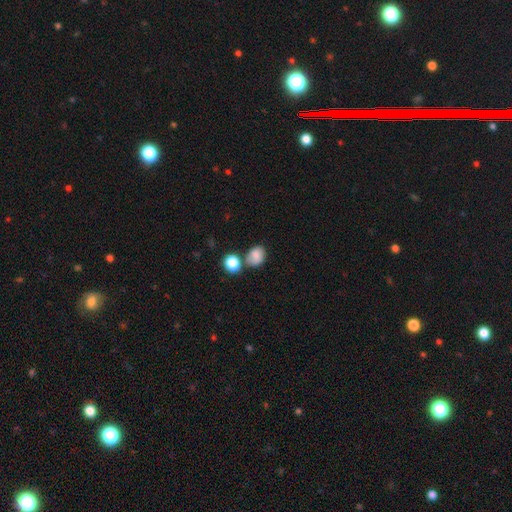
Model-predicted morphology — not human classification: Overall: smooth (81%). How rounded: in between (55%; round 44%). Merging: none (56%; merger 20%).